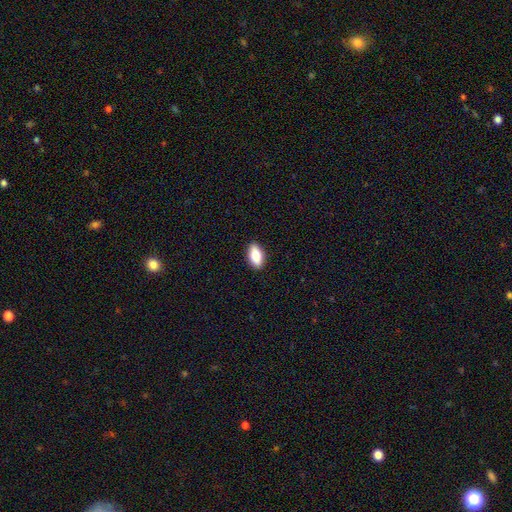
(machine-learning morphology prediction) smooth_or_featured: smooth (p=0.81) [alt: featured or disk p=0.12]
how_rounded: in between (p=0.89) [alt: cigar-shaped p=0.06]
merging: none (p=0.90) [alt: minor disturbance p=0.07]